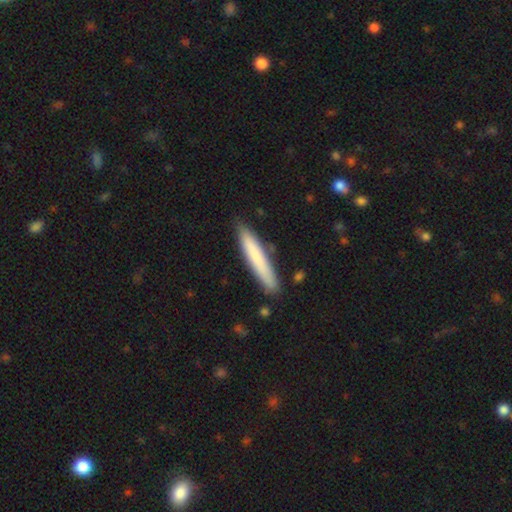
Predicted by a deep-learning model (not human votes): Smooth or featured?
  - smooth: 76% *
  - featured or disk: 18%
  - star or artifact: 6%
How rounded?
  - cigar-shaped: 94% *
  - in between: 5%
  - round: 1%
Merging?
  - none: 85% *
  - minor disturbance: 11%
  - merger: 2%
  - major disturbance: 2%